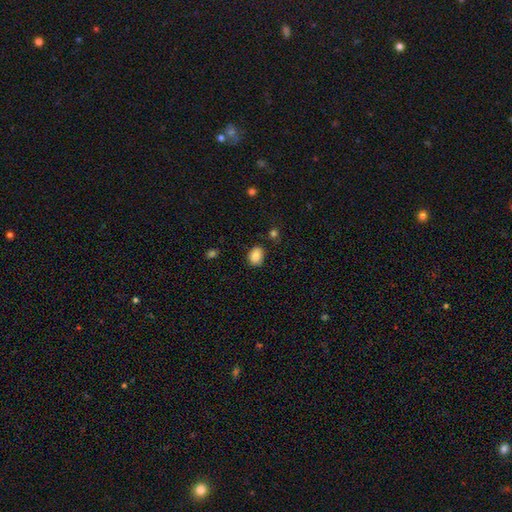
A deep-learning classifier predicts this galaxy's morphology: This appears to be a smooth galaxy with no disk features (87%) that is in between round and cigar-shaped (64%). Merging: none (80%).